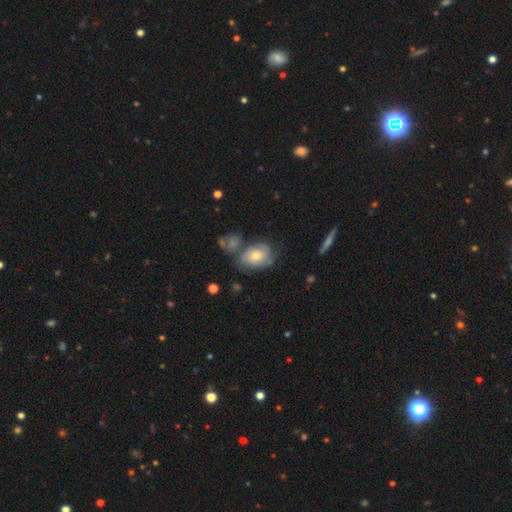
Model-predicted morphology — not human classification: Smooth or featured? smooth (58%)
How rounded? in between (74%)
Merging? none (45%)